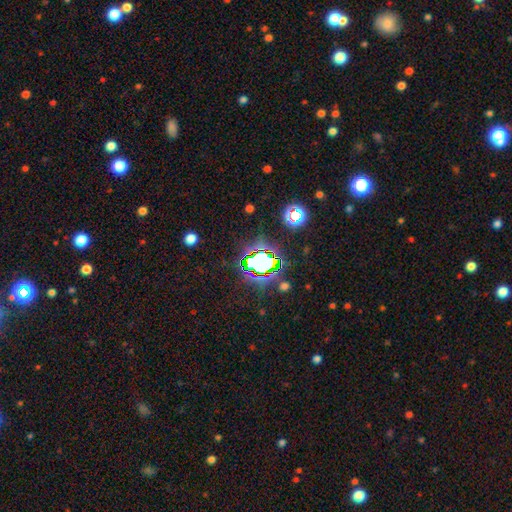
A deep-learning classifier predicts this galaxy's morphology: Smooth or featured: star or artifact — 65% (smooth — 23%)